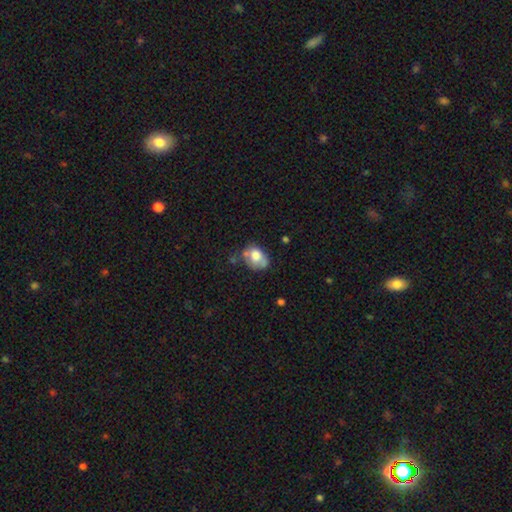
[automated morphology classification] Smooth or featured?
  - smooth: 68% *
  - featured or disk: 23%
  - star or artifact: 9%
How rounded?
  - in between: 65% *
  - round: 34%
  - cigar-shaped: 1%
Merging?
  - none: 39% *
  - minor disturbance: 31%
  - major disturbance: 15%
  - merger: 15%